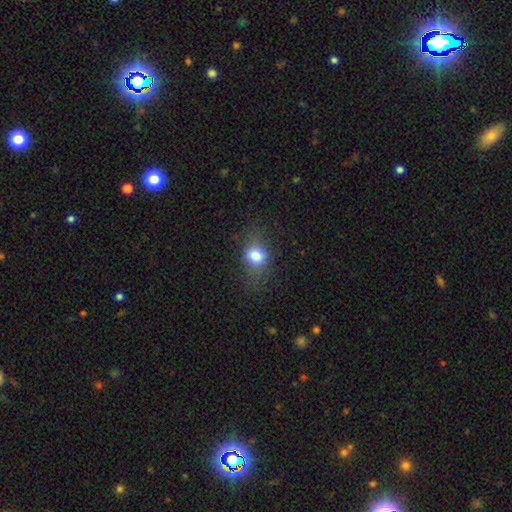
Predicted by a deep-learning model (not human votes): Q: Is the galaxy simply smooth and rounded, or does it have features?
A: smooth — 76%.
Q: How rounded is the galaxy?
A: in between — 55%.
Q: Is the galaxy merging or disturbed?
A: none — 66%.